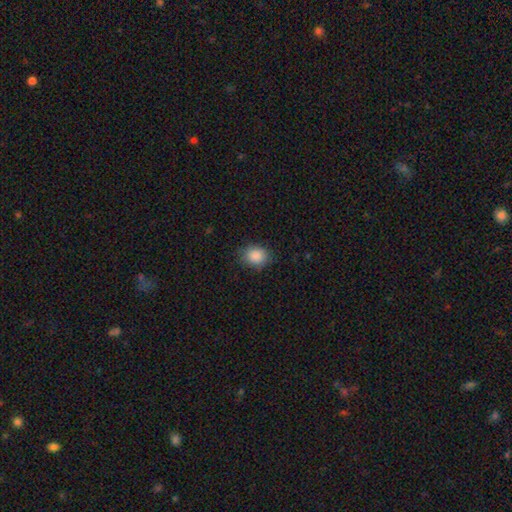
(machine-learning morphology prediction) Smooth or featured? smooth (88%)
How rounded? round (53%)
Merging? none (82%)